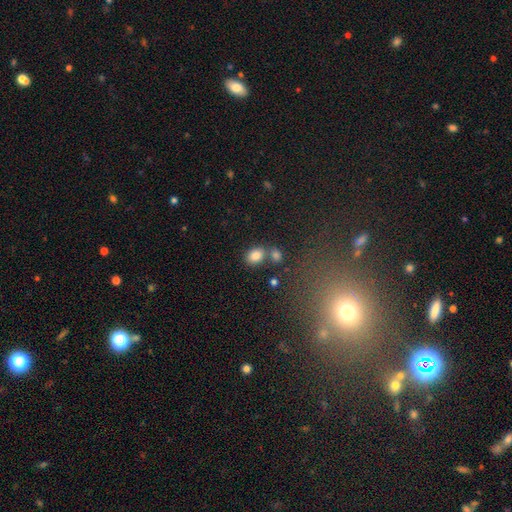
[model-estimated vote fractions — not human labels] smooth 83%, star or artifact 10%, featured or disk 7%. Down the decision tree: how rounded — in between (64%); merging — none (61%).